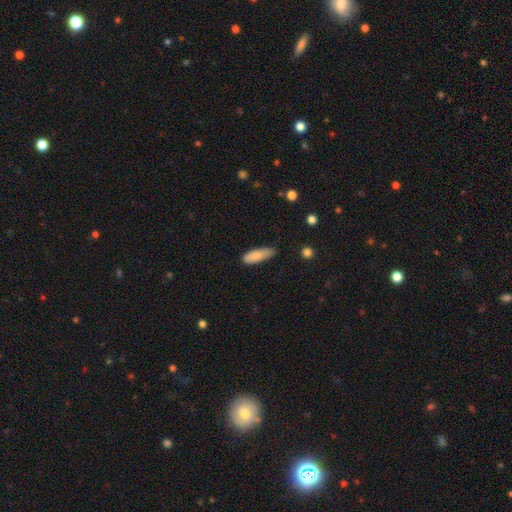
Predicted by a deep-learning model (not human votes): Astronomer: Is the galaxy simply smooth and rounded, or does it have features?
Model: smooth — 86%.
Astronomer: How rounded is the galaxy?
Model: in between — 49%, tied with cigar-shaped at 49%.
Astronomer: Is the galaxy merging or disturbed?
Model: none — 68%.